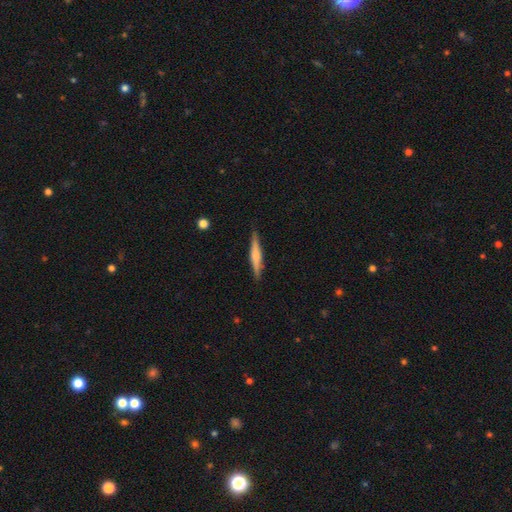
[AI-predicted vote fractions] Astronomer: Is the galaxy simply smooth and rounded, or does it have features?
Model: featured or disk — 54% (runner-up: smooth, 40%).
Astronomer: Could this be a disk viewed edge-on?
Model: yes — 97%.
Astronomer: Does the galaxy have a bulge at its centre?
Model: rounded — 72%.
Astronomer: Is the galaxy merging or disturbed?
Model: none — 89%.